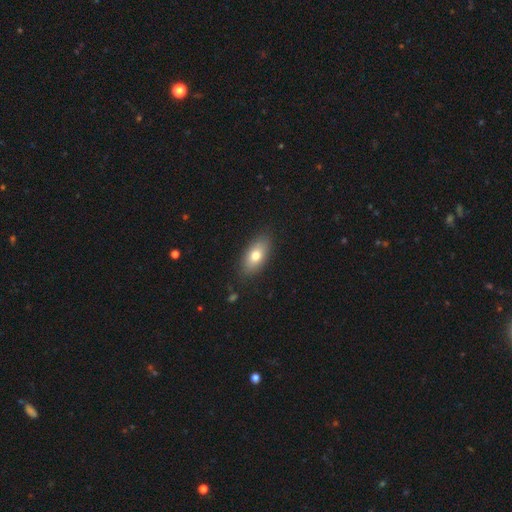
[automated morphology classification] This appears to be a smooth galaxy with no disk features (75%) that is in between round and cigar-shaped (88%). Merging: none (86%).